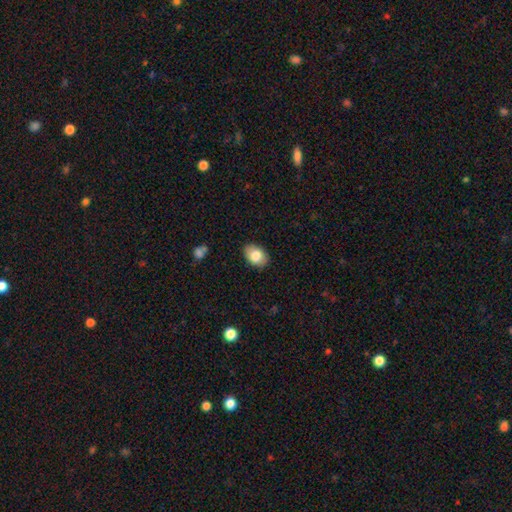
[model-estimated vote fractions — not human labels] The model was most divided on "how rounded": in between: 82%, round: 17%, cigar-shaped: 1%. More confident: merging — none (86%); smooth or featured — smooth (82%).